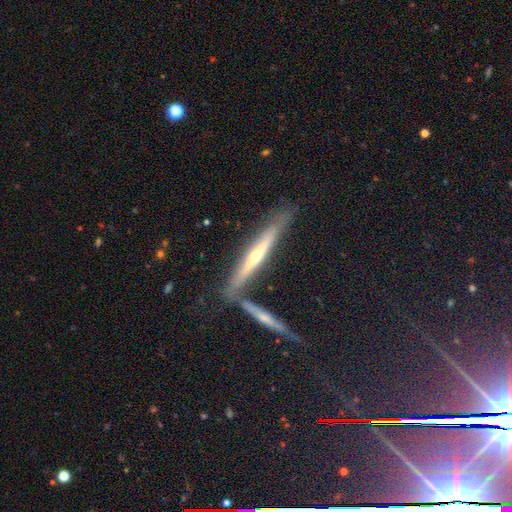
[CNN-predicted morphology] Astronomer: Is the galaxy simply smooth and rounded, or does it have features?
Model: featured or disk — 69%.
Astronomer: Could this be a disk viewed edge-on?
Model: yes — 93%.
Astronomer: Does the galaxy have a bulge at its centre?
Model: rounded — 76%.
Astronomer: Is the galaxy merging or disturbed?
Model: none — 73%.